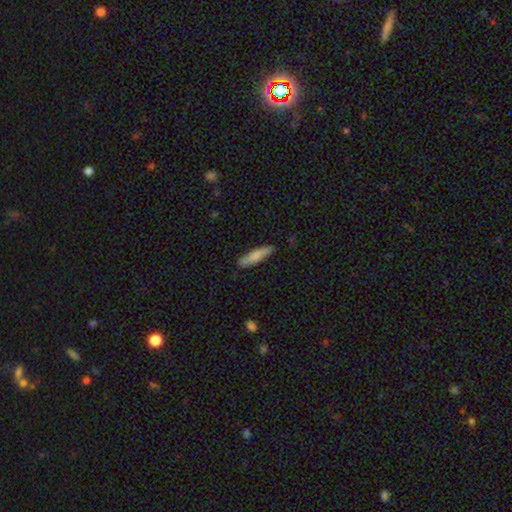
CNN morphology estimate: smooth-or-featured: smooth: 80% | featured or disk: 15% | star or artifact: 5%
  how-rounded: cigar-shaped: 79% | in between: 20% | round: 1%
  merging: none: 82% | minor disturbance: 14% | major disturbance: 2% | merger: 2%